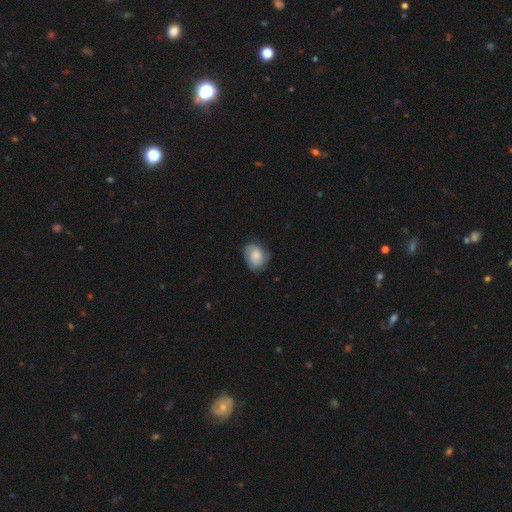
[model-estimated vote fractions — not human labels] smooth_or_featured: smooth (p=0.57) [alt: featured or disk p=0.36]
how_rounded: in between (p=0.58) [alt: round p=0.41]
merging: none (p=0.69) [alt: minor disturbance p=0.23]